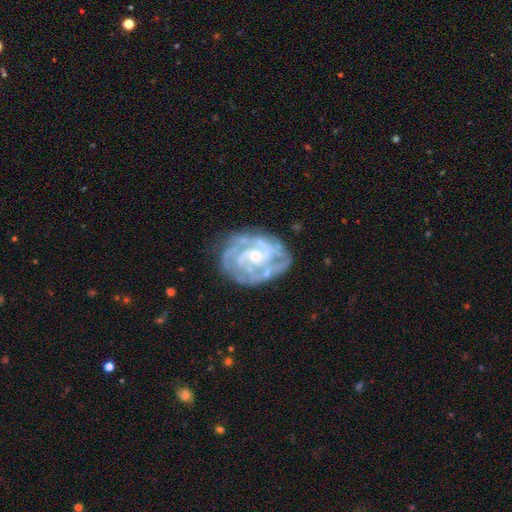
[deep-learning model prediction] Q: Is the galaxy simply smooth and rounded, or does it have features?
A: featured or disk — 90%.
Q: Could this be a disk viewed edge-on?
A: no — 98%.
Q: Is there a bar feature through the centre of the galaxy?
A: no — 58%.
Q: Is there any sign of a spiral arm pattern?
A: yes — 97%.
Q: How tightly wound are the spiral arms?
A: tight — 65%.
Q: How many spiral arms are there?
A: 2 — 31%, tied with 3.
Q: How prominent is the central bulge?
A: small — 56%.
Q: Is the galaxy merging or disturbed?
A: none — 72%.